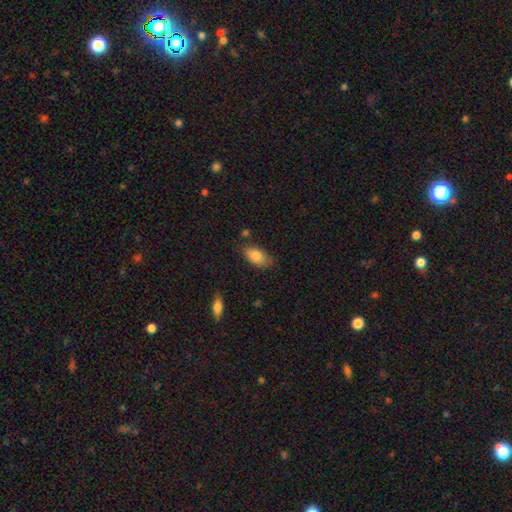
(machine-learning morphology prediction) Smooth or featured? smooth (85%)
How rounded? in between (92%)
Merging? none (72%)